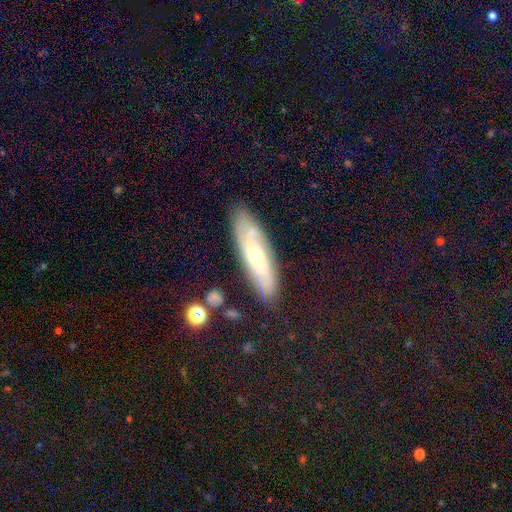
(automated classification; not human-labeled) A featured or disk galaxy (67%).

Vote fractions:
- Smooth or featured? featured or disk: 67% / smooth: 25% / star or artifact: 8%
- Edge-on disk? no: 72% / yes: 28%
- Merging? none: 81% / minor disturbance: 13% / major disturbance: 3% / merger: 2%